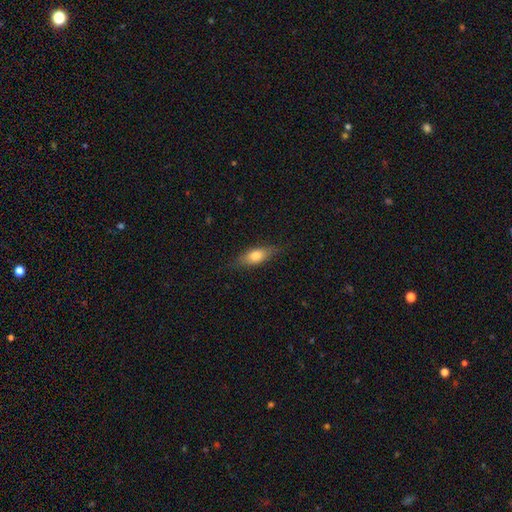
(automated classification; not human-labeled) Smooth or featured?
  - smooth: 69% *
  - featured or disk: 24%
  - star or artifact: 7%
How rounded?
  - in between: 67% *
  - cigar-shaped: 28%
  - round: 4%
Merging?
  - none: 79% *
  - minor disturbance: 16%
  - major disturbance: 4%
  - merger: 1%